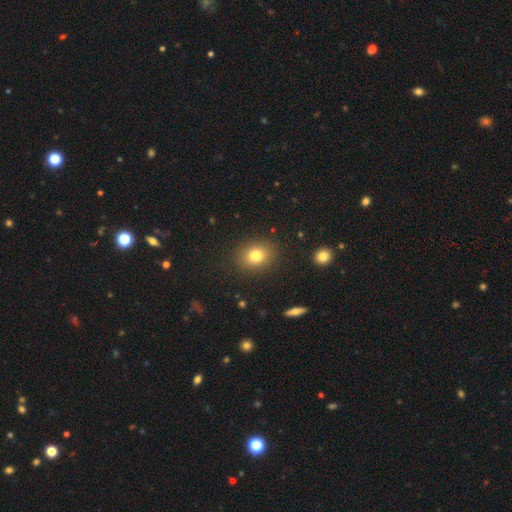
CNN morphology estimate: This appears to be a smooth galaxy with no disk features (79%) that is round (57%). Merging: none (87%).